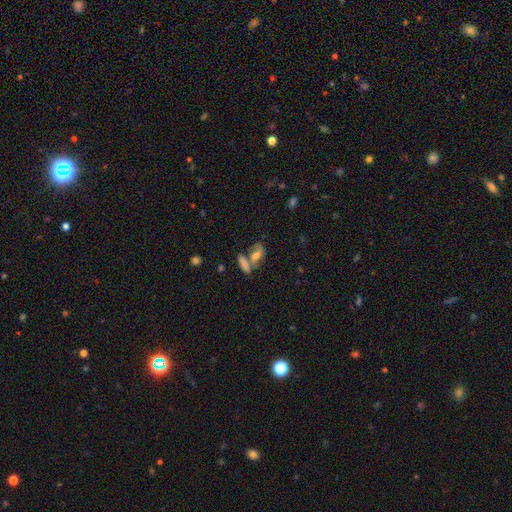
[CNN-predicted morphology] Smooth or featured? Predicted: smooth (p=0.56). How rounded? Predicted: in between (p=0.73). Merging? Predicted: none (p=0.43).